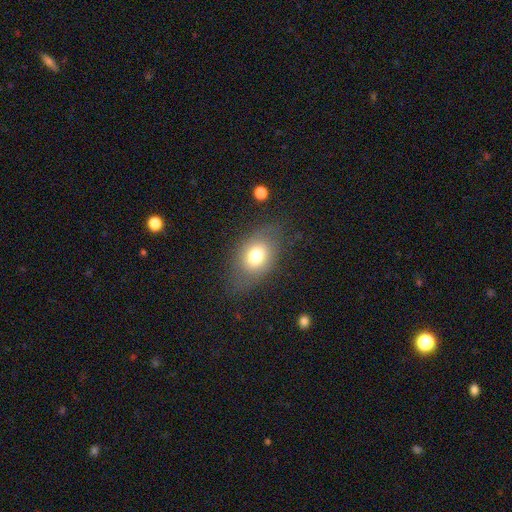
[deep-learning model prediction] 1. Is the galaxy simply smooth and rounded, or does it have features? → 71% smooth, 19% featured or disk, 11% star or artifact.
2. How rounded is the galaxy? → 77% in between, 22% round, 2% cigar-shaped.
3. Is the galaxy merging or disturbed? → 73% none, 17% minor disturbance, 8% major disturbance, 2% merger.